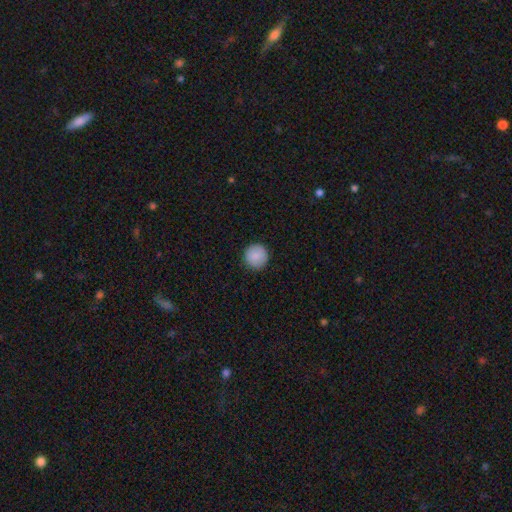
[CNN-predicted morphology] Smooth or featured?
  - smooth: 88% *
  - star or artifact: 7%
  - featured or disk: 4%
How rounded?
  - round: 96% *
  - in between: 3%
  - cigar-shaped: 1%
Merging?
  - none: 92% *
  - minor disturbance: 5%
  - major disturbance: 2%
  - merger: 1%